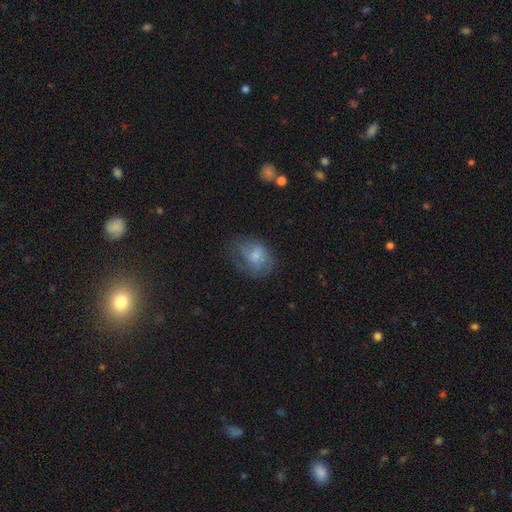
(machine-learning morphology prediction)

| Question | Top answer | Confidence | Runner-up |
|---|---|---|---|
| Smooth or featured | smooth | 56% | featured or disk (36%) |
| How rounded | in between | 65% | round (33%) |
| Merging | none | 47% | minor disturbance (28%) |